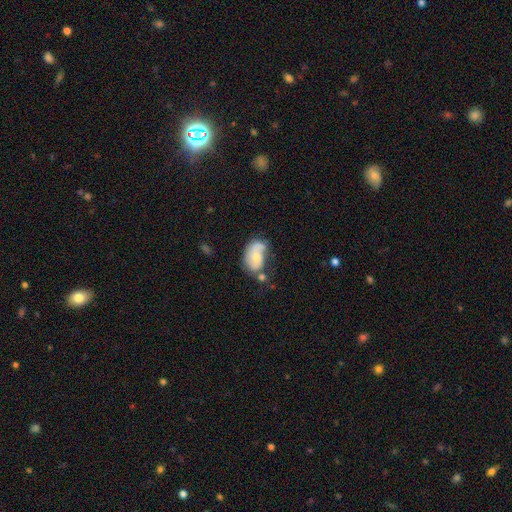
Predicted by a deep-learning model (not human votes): Smooth or featured? Predicted: smooth (p=0.50). Merging? Predicted: none (p=0.36).